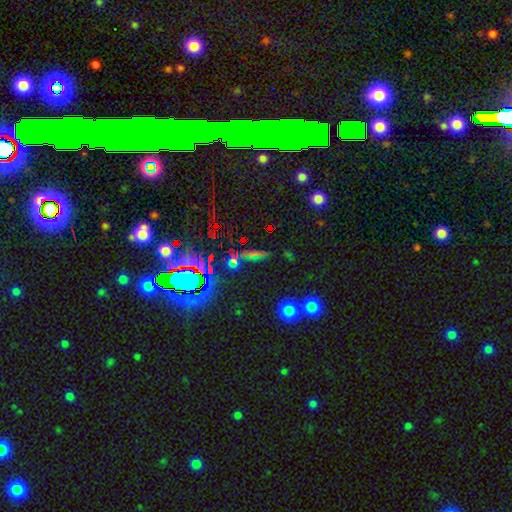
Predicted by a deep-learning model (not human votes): Morphology: type=star or artifact (40%).